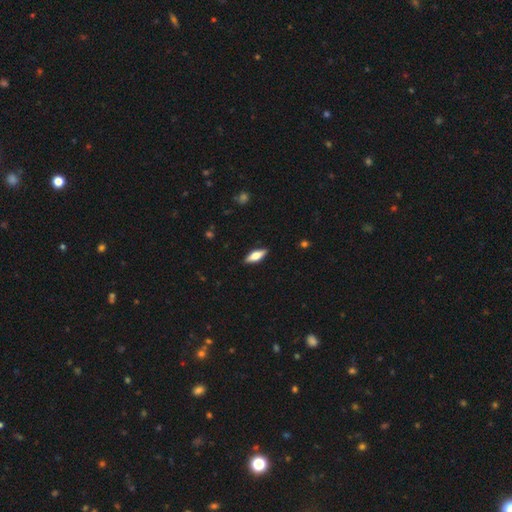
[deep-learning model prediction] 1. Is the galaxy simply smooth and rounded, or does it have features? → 54% smooth, 40% featured or disk, 6% star or artifact.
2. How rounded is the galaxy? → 58% in between, 39% cigar-shaped, 3% round.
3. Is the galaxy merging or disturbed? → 89% none, 8% minor disturbance, 2% major disturbance, 1% merger.